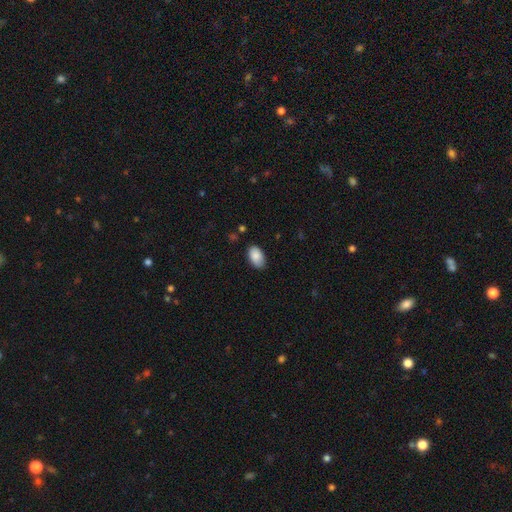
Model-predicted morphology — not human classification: type=smooth (88%); roundness=in between (94%); merging=none (82%).